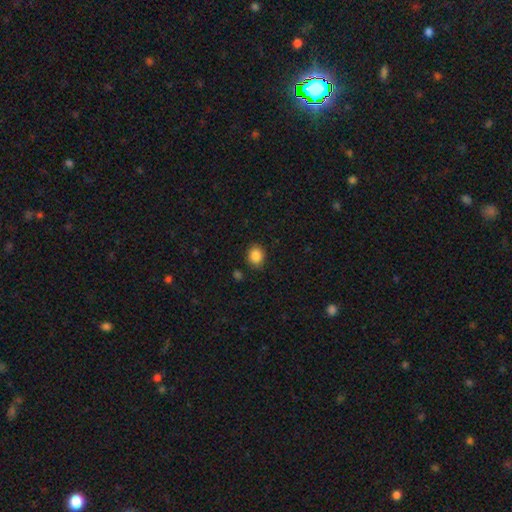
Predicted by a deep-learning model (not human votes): smooth 87%, star or artifact 9%, featured or disk 4%. Down the decision tree: how rounded — round (64%); merging — none (85%).